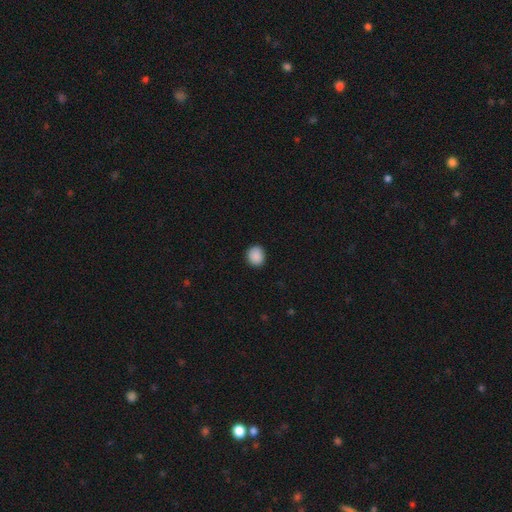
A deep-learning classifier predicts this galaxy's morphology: A smooth galaxy with no disk features (90%) that is round (73%). Merging: none (90%).